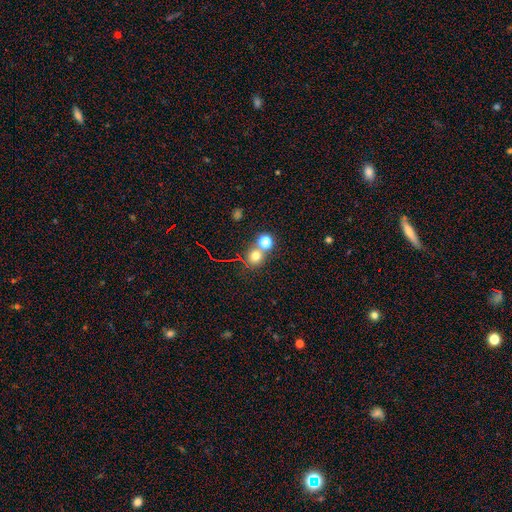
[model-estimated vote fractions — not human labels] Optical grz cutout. It shows a smooth galaxy with no disk features (70%) that is round (86%). Merging: none (60%).